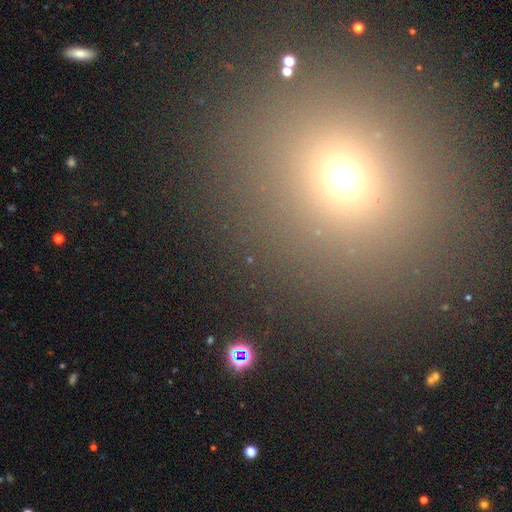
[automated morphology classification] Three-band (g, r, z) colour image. It shows a smooth galaxy with no disk features (56%) that is round (85%). Merging: none (87%).